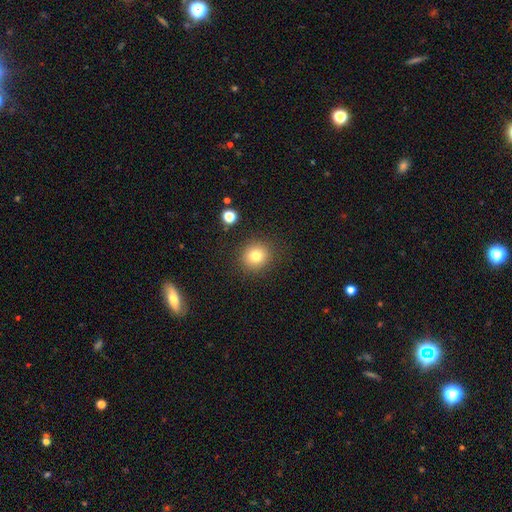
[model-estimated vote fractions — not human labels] Overall: smooth (79%). How rounded: round (88%). Merging: none (88%).